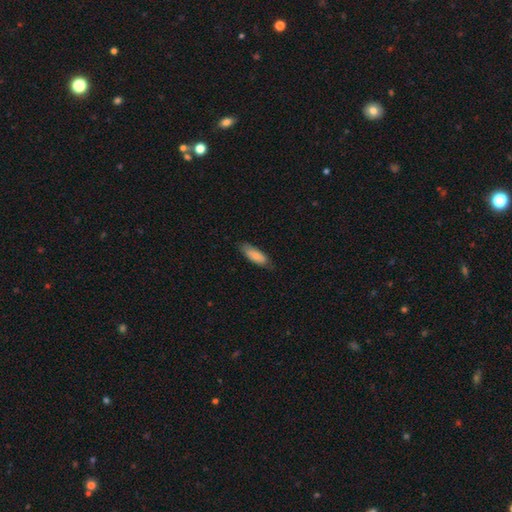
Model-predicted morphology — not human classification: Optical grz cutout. It shows a smooth galaxy with no disk features (82%) that is in between round and cigar-shaped (69%). Merging: none (76%).